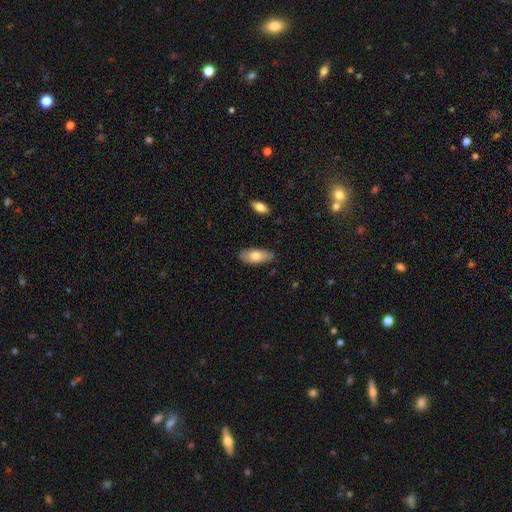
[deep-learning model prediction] Overall: smooth (75%). How rounded: in between (86%). Merging: none (82%).